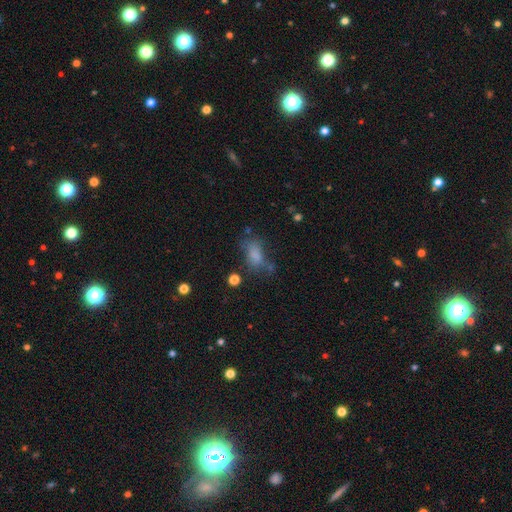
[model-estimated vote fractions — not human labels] Overall: smooth (74%). How rounded: in between (84%). Merging: none (44%; minor disturbance 26%).